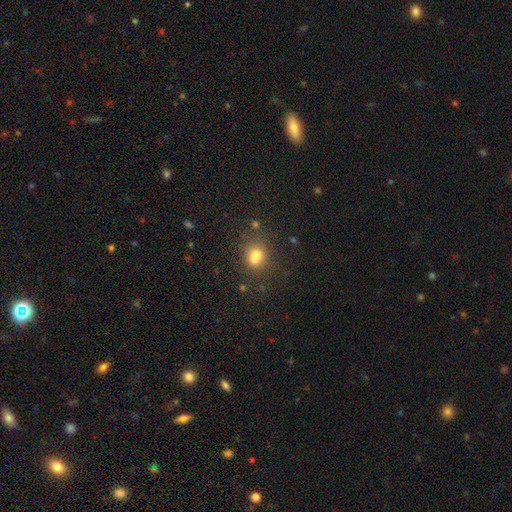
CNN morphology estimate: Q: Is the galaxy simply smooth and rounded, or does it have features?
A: smooth — 71%.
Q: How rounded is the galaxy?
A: round — 65%.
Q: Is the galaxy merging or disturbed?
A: none — 47%.